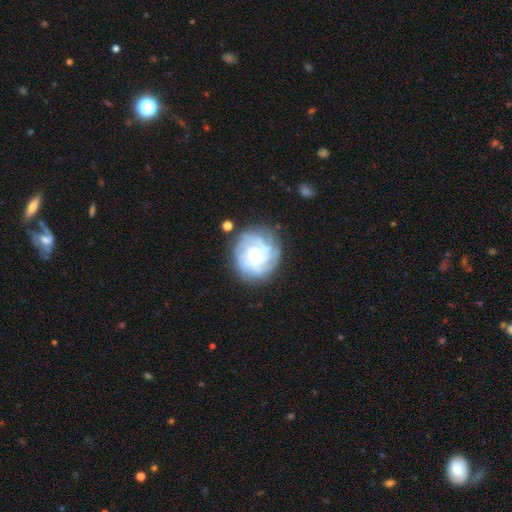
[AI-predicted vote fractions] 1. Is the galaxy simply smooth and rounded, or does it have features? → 71% featured or disk, 21% smooth, 8% star or artifact.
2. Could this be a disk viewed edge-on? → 98% no, 2% yes.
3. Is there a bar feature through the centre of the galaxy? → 66% no, 29% weak, 5% strong.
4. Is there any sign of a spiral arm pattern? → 91% yes, 9% no.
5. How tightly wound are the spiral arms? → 67% tight, 25% medium, 8% loose.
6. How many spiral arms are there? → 42% can't tell, 20% 4, 14% more than 4, 10% 3, 7% 2, 6% 1.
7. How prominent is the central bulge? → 42% moderate, 40% small, 10% large, 6% none, 2% dominant.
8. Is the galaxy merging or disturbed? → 76% none, 15% minor disturbance, 7% major disturbance, 2% merger.